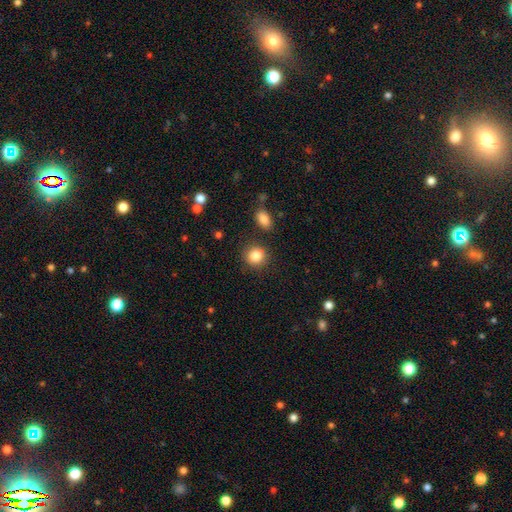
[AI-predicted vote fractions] The model was most divided on "how rounded": round: 84%, in between: 15%, cigar-shaped: 1%. More confident: smooth or featured — smooth (85%); merging — none (84%).